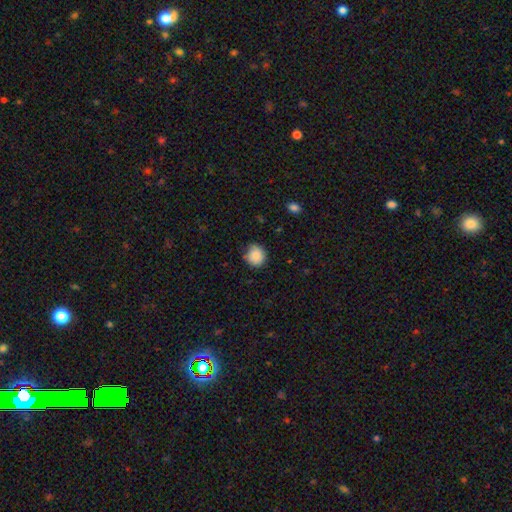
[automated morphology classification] smooth-or-featured: smooth: 87% | star or artifact: 9% | featured or disk: 4%
  how-rounded: round: 84% | in between: 16% | cigar-shaped: 1%
  merging: none: 77% | minor disturbance: 18% | major disturbance: 3% | merger: 2%